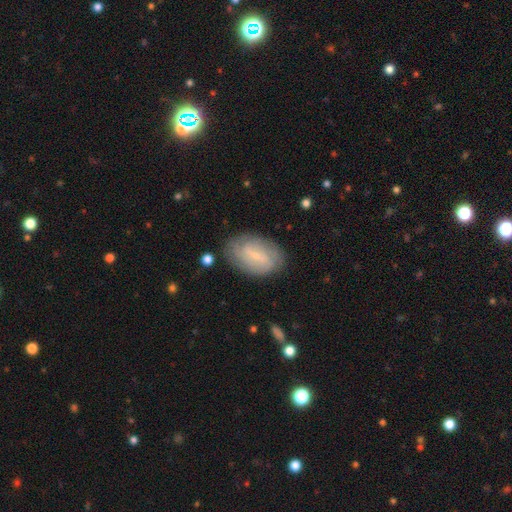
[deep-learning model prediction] A featured or disk galaxy (62%) with a weak bar (53%), spiral arms (83%) and a small central bulge (79%).

Vote fractions:
- Smooth or featured? featured or disk: 62% / smooth: 31% / star or artifact: 7%
- Edge-on disk? no: 95% / yes: 5%
- Bar? weak: 53% / no: 29% / strong: 18%
- Spiral arms? yes: 83% / no: 17%
- Bulge size? small: 79% / moderate: 12% / none: 7% / large: 1% / dominant: 1%
- Merging? none: 79% / minor disturbance: 15% / major disturbance: 4% / merger: 2%